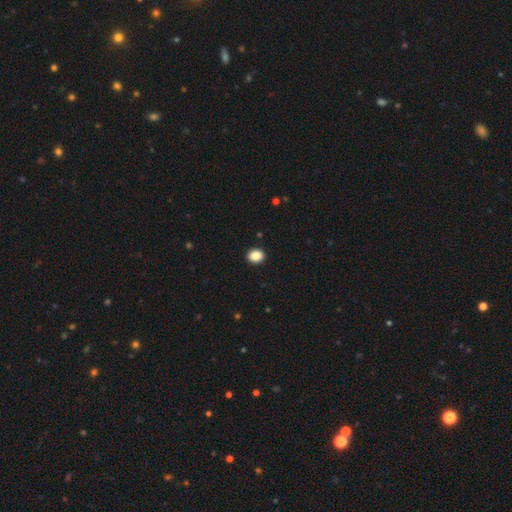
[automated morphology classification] A smooth galaxy with no disk features (88%) that is round (50%).

Vote fractions:
- Smooth or featured? smooth: 88% / star or artifact: 9% / featured or disk: 4%
- How rounded? round: 50% / in between: 49% / cigar-shaped: 1%
- Merging? none: 92% / minor disturbance: 5% / major disturbance: 2% / merger: 1%